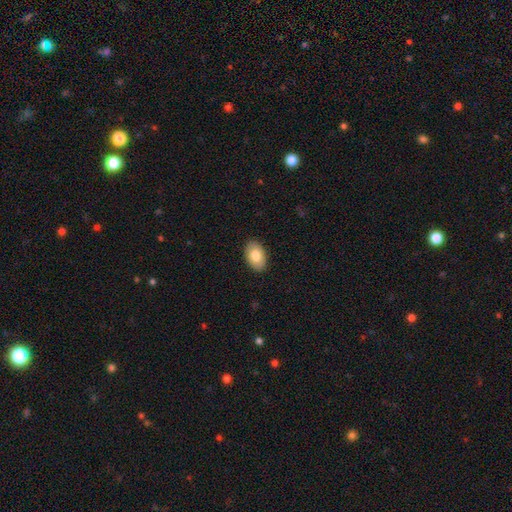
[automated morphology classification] Q: Smooth or featured?
A: smooth (83%); runner-up: featured or disk (11%)
Q: How rounded?
A: in between (92%); runner-up: round (7%)
Q: Merging?
A: none (89%); runner-up: minor disturbance (8%)